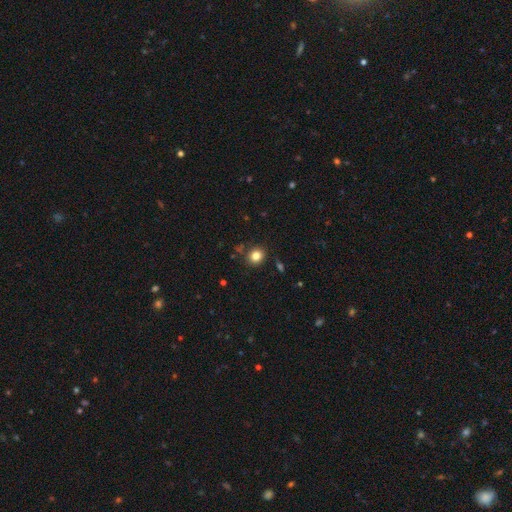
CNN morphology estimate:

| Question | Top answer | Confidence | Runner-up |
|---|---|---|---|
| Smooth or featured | smooth | 82% | star or artifact (12%) |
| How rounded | round | 74% | in between (25%) |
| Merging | none | 86% | minor disturbance (9%) |